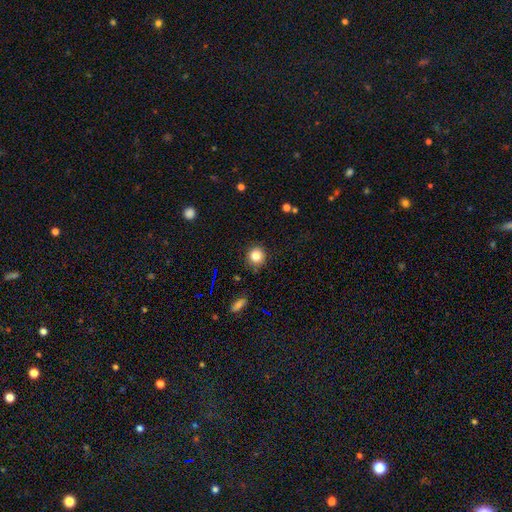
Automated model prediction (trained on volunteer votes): The model was most divided on "smooth or featured": smooth: 83%, star or artifact: 11%, featured or disk: 6%. More confident: how rounded — round (91%); merging — none (87%).